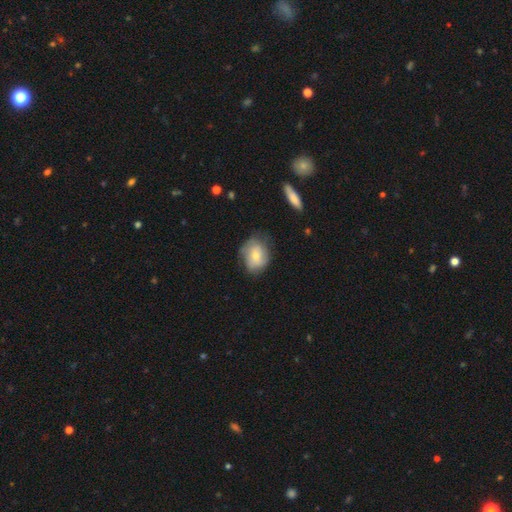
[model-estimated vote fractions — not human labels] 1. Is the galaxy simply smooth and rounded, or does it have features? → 67% smooth, 26% featured or disk, 7% star or artifact.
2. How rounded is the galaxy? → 52% in between, 47% round, 1% cigar-shaped.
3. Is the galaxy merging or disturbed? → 62% none, 28% minor disturbance, 9% major disturbance, 2% merger.